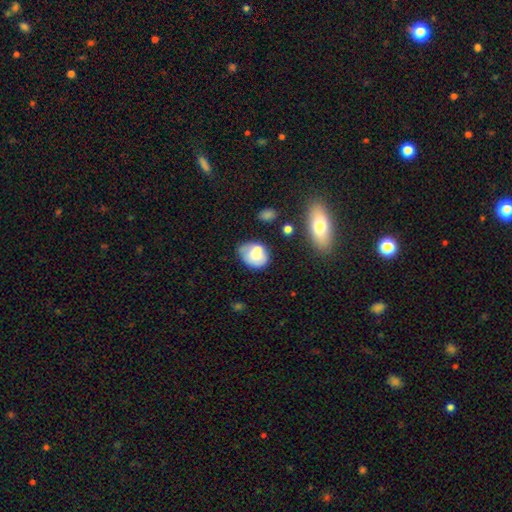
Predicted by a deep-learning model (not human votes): A smooth galaxy with no disk features (69%) that is in between round and cigar-shaped (62%). Merging: none (46%).